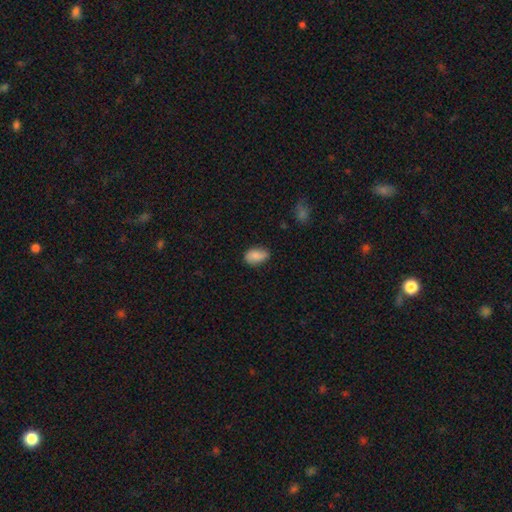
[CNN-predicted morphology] This appears to be a smooth galaxy with no disk features (80%) that is in between round and cigar-shaped (90%). Merging: none (72%).